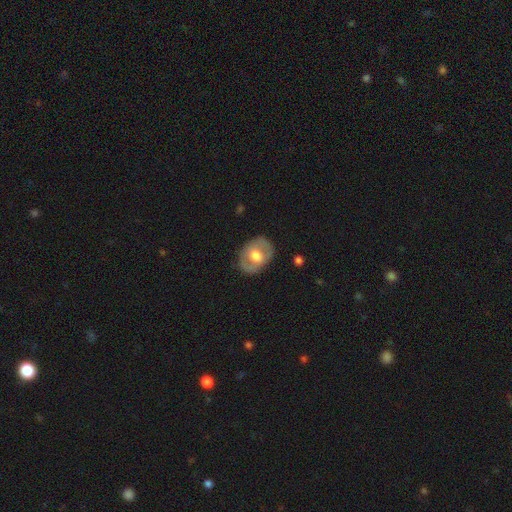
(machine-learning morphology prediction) The model was most divided on "smooth or featured": featured or disk: 51%, smooth: 43%, star or artifact: 5%. More confident: edge-on disk — no (94%); merging — none (79%).